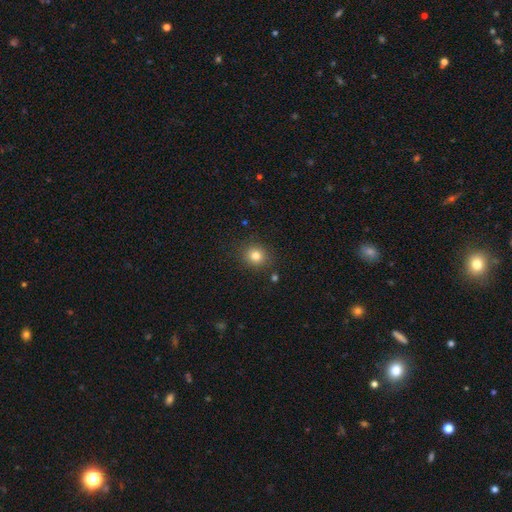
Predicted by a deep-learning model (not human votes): Smooth or featured? smooth (81%)
How rounded? round (81%)
Merging? none (86%)